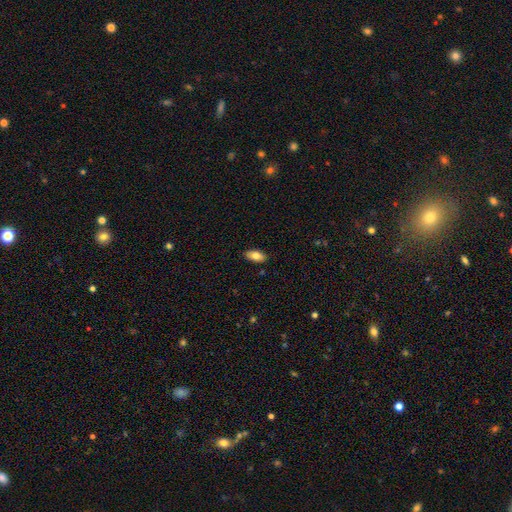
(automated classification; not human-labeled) A smooth galaxy with no disk features (82%) that is in between round and cigar-shaped (91%).

Vote fractions:
- Smooth or featured? smooth: 82% / featured or disk: 11% / star or artifact: 7%
- How rounded? in between: 91% / cigar-shaped: 6% / round: 3%
- Merging? none: 88% / minor disturbance: 9% / major disturbance: 2% / merger: 1%